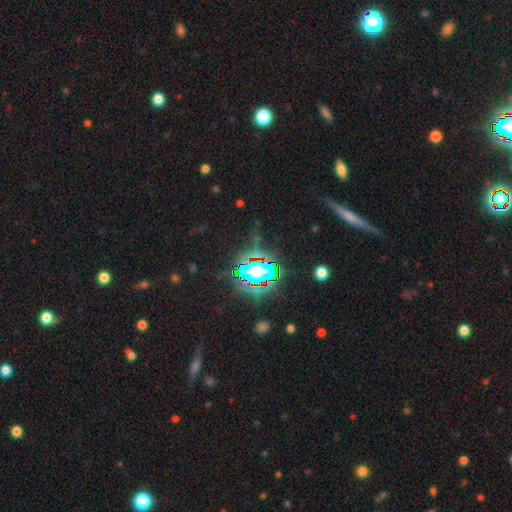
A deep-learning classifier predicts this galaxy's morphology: star or artifact 75%, smooth 13%, featured or disk 12%.